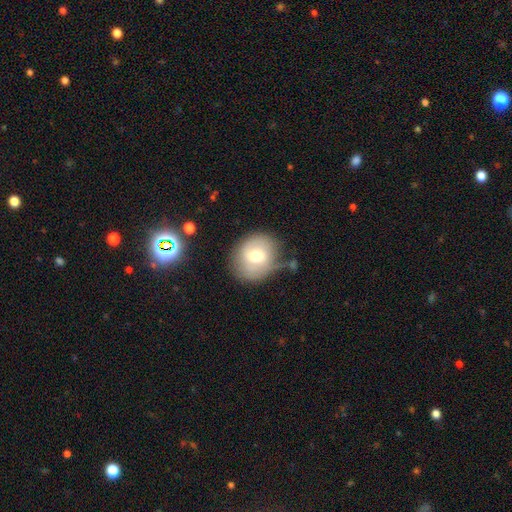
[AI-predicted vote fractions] A smooth galaxy with no disk features (62%) that is round (70%).

Vote fractions:
- Smooth or featured? smooth: 62% / featured or disk: 29% / star or artifact: 8%
- How rounded? round: 70% / in between: 29% / cigar-shaped: 1%
- Merging? none: 65% / minor disturbance: 21% / major disturbance: 9% / merger: 5%